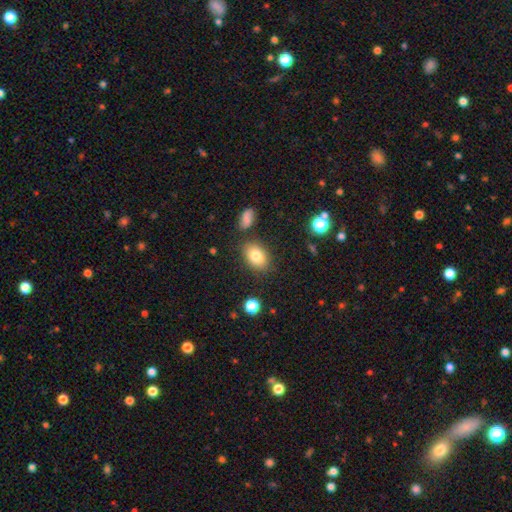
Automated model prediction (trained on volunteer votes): Morphology: type=smooth (81%); roundness=in between (82%); merging=none (80%).